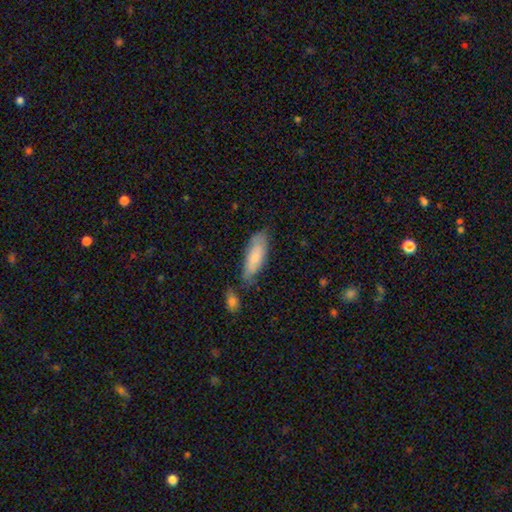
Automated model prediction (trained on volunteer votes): Morphology: type=smooth (71%); roundness=in between (68%); merging=none (63%).